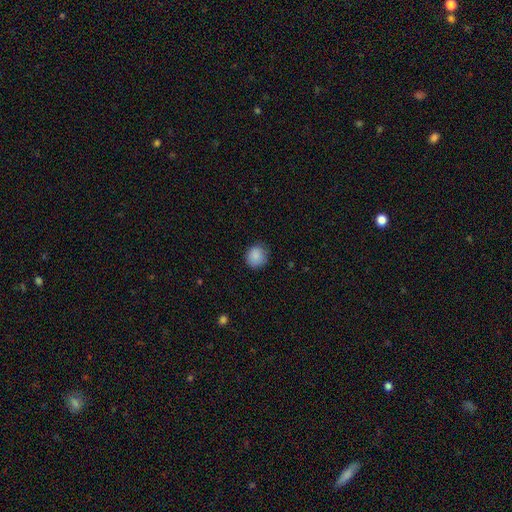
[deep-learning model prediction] This appears to be a smooth galaxy with no disk features (88%) that is round (83%). Merging: none (79%).